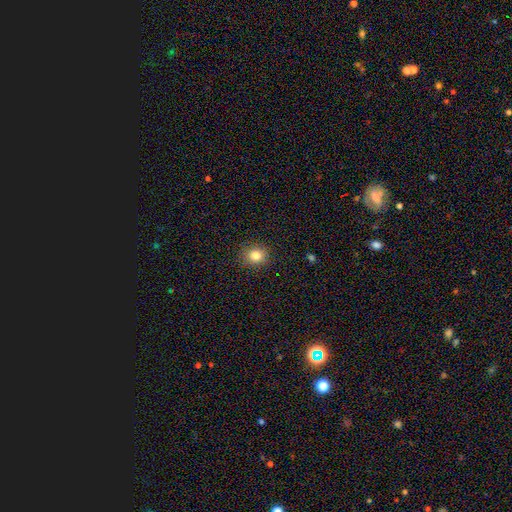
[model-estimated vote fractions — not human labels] Smooth or featured? smooth (82%)
How rounded? round (78%)
Merging? none (89%)